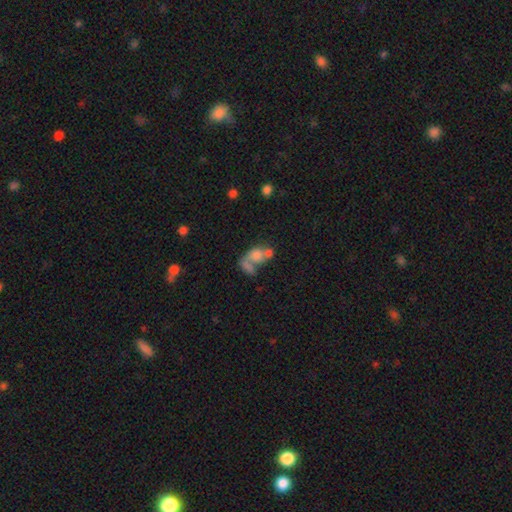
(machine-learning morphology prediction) smooth 56%, featured or disk 31%, star or artifact 13%. Down the decision tree: how rounded — in between (69%); merging — merger (54%).